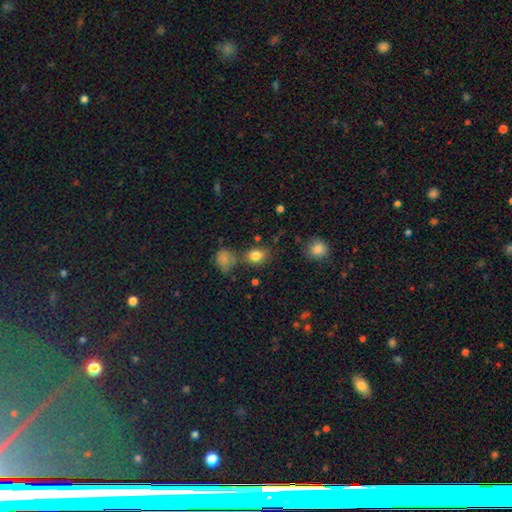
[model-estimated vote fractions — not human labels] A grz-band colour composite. It shows a smooth galaxy with no disk features (81%) that is in between round and cigar-shaped (53%). Merging: none (73%).